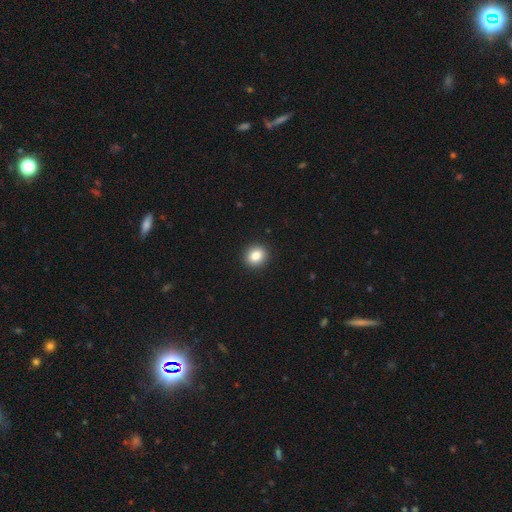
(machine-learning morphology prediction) Smooth or featured? Predicted: smooth (p=0.85). How rounded? Predicted: round (p=0.76). Merging? Predicted: none (p=0.92).